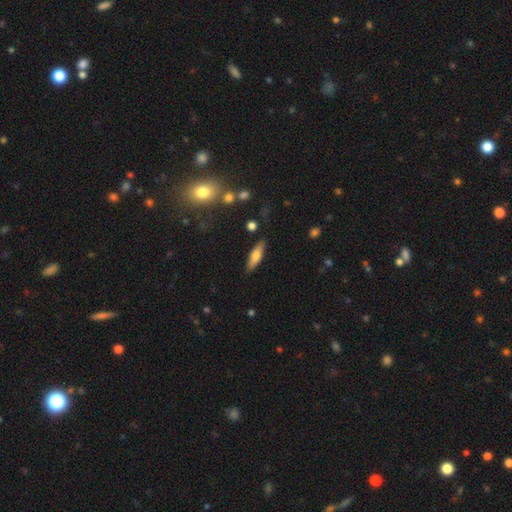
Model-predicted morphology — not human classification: smooth_or_featured: smooth (p=0.68) [alt: featured or disk p=0.26]
how_rounded: cigar-shaped (p=0.54) [alt: in between p=0.44]
merging: none (p=0.86) [alt: minor disturbance p=0.10]